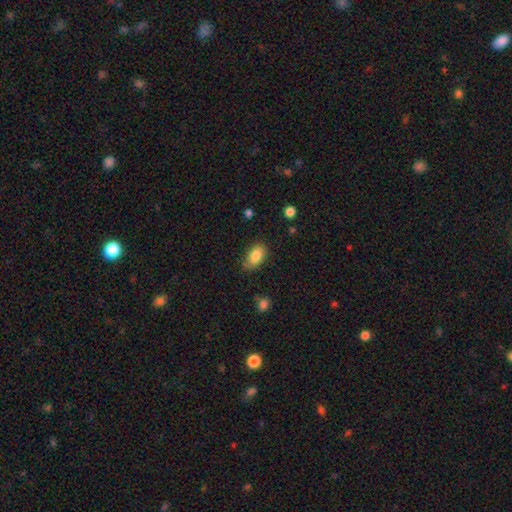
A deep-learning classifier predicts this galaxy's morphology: A smooth galaxy with no disk features (84%) that is in between round and cigar-shaped (91%).

Vote fractions:
- Smooth or featured? smooth: 84% / featured or disk: 9% / star or artifact: 8%
- How rounded? in between: 91% / round: 6% / cigar-shaped: 3%
- Merging? none: 73% / minor disturbance: 21% / major disturbance: 4% / merger: 2%